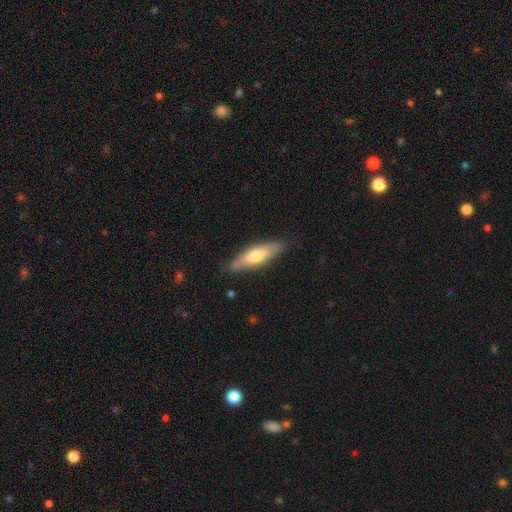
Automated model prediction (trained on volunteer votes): A smooth galaxy with no disk features (62%) that is cigar-shaped (53%). Merging: none (80%).